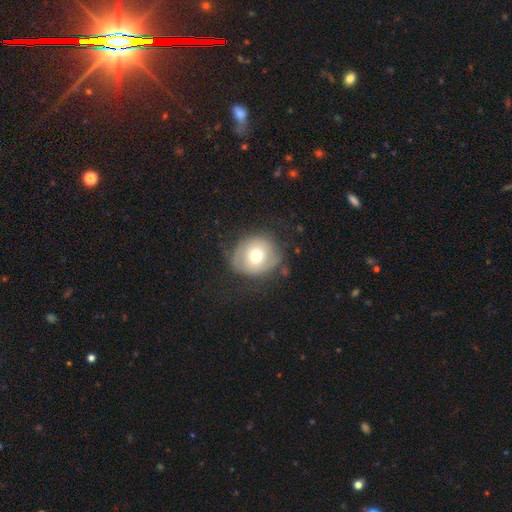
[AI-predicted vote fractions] The model was most divided on "smooth or featured": smooth: 64%, featured or disk: 27%, star or artifact: 9%. More confident: how rounded — round (80%); merging — none (65%).